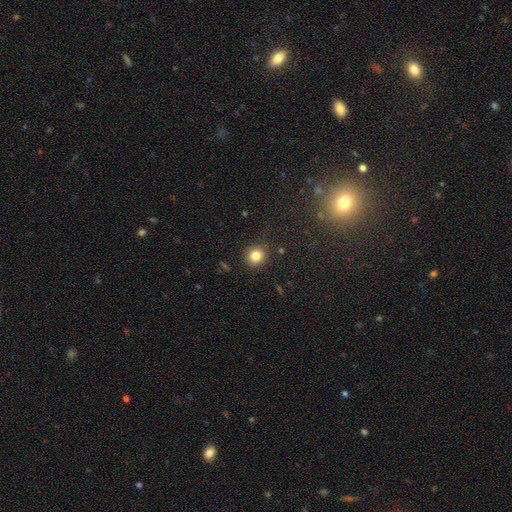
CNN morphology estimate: smooth 82%, star or artifact 12%, featured or disk 6%. Down the decision tree: how rounded — round (88%); merging — none (87%).